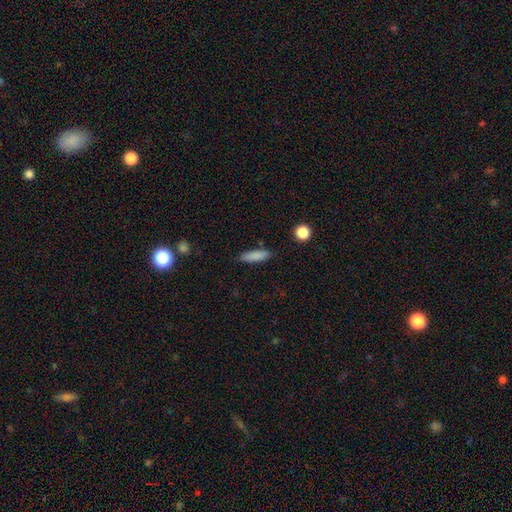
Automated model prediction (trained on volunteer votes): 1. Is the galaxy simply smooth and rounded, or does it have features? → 85% smooth, 8% featured or disk, 8% star or artifact.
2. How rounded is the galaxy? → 62% cigar-shaped, 36% in between, 2% round.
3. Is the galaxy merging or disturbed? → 83% none, 12% minor disturbance, 3% major disturbance, 2% merger.